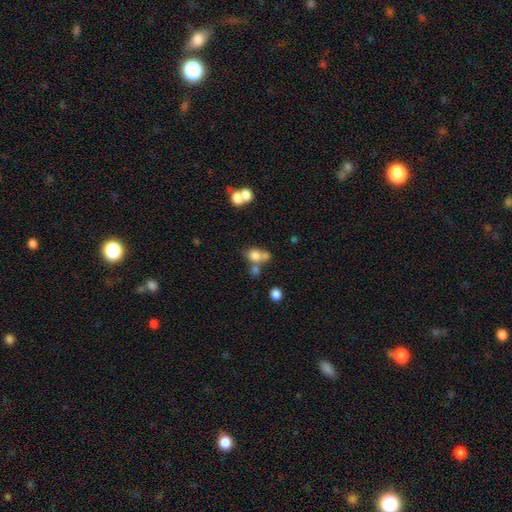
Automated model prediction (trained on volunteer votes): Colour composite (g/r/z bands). It shows a smooth galaxy with no disk features (74%) that is round (53%). Merging: merger (45%).